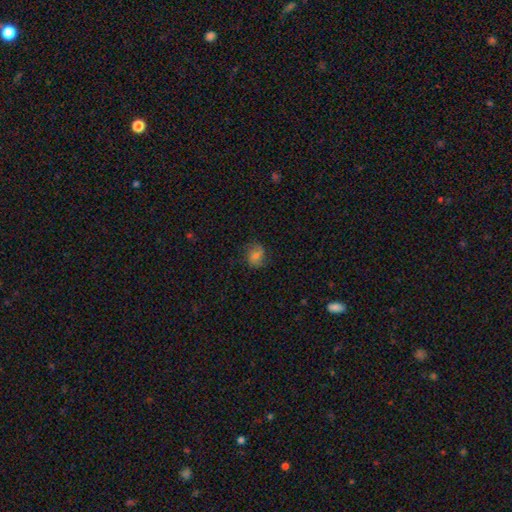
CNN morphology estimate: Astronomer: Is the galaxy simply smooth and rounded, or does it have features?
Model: smooth — 51% (runner-up: featured or disk, 36%).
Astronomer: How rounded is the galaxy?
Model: round — 68%.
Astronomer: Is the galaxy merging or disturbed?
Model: none — 74%.